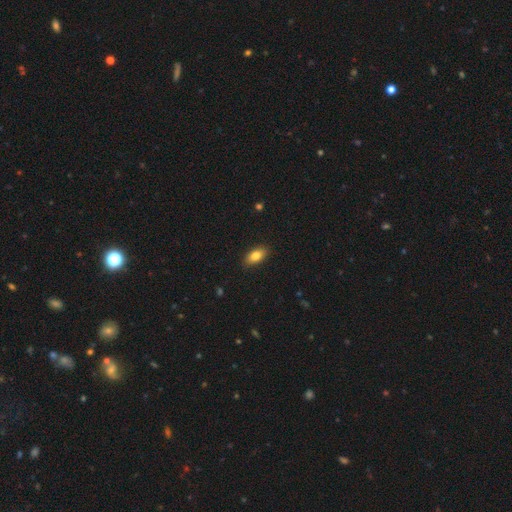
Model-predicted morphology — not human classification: Q: Smooth or featured?
A: smooth (82%); runner-up: featured or disk (10%)
Q: How rounded?
A: in between (89%); runner-up: cigar-shaped (6%)
Q: Merging?
A: none (86%); runner-up: minor disturbance (11%)